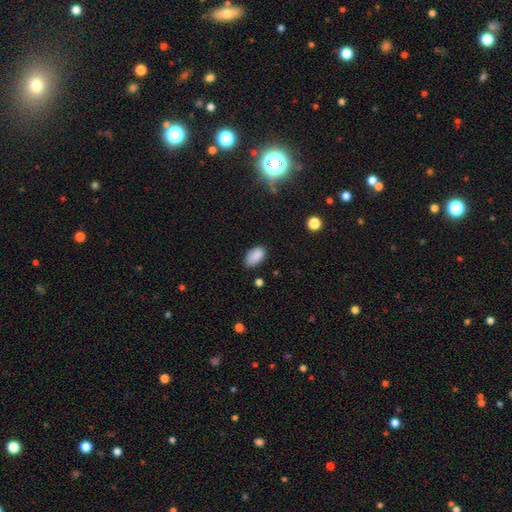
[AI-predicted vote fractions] Morphology: type=smooth (87%); roundness=in between (93%); merging=none (74%).